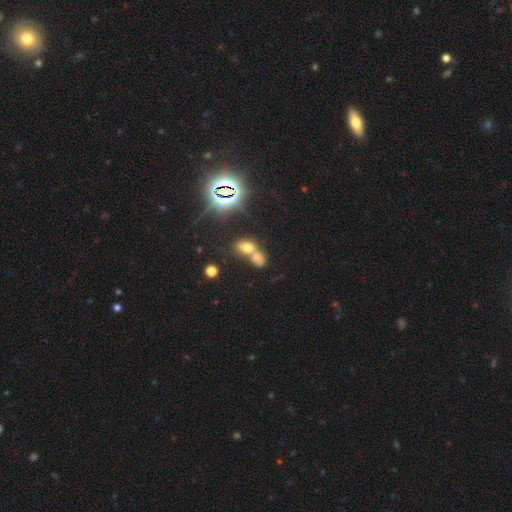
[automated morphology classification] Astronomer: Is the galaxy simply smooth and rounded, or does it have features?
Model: smooth — 47% (runner-up: star or artifact, 36%).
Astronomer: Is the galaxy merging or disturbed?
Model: merger — 66%.